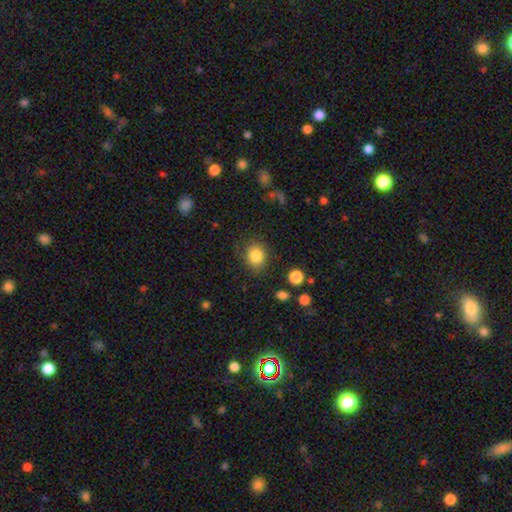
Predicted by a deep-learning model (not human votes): smooth 84%, star or artifact 10%, featured or disk 6%. Down the decision tree: how rounded — round (73%); merging — none (82%).